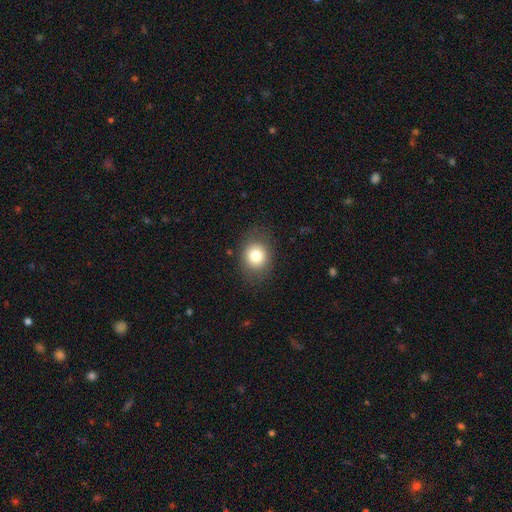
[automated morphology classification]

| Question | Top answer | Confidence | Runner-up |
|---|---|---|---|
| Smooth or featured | smooth | 79% | featured or disk (11%) |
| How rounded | round | 62% | in between (37%) |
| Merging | none | 82% | minor disturbance (12%) |